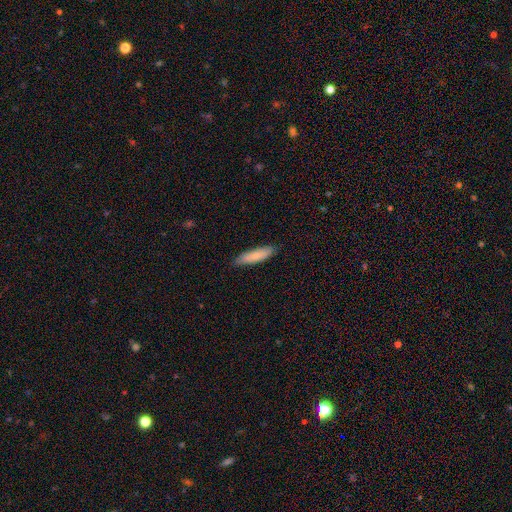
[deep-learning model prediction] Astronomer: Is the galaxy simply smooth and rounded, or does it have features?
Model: smooth — 79%.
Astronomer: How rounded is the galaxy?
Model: cigar-shaped — 72%.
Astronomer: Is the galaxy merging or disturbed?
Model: none — 86%.